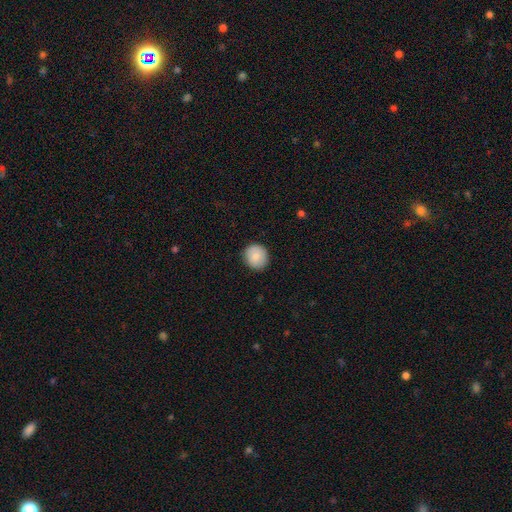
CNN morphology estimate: Smooth or featured?
  - smooth: 85% *
  - featured or disk: 8%
  - star or artifact: 7%
How rounded?
  - round: 85% *
  - in between: 14%
  - cigar-shaped: 1%
Merging?
  - none: 88% *
  - minor disturbance: 9%
  - major disturbance: 2%
  - merger: 1%